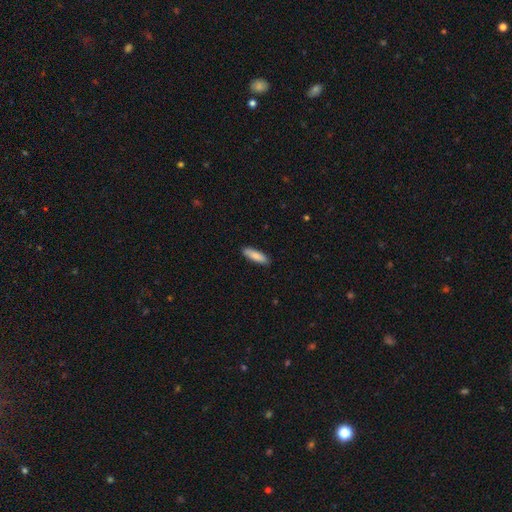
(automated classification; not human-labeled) smooth 85%, featured or disk 10%, star or artifact 5%. Down the decision tree: how rounded — cigar-shaped (59%); merging — none (89%).